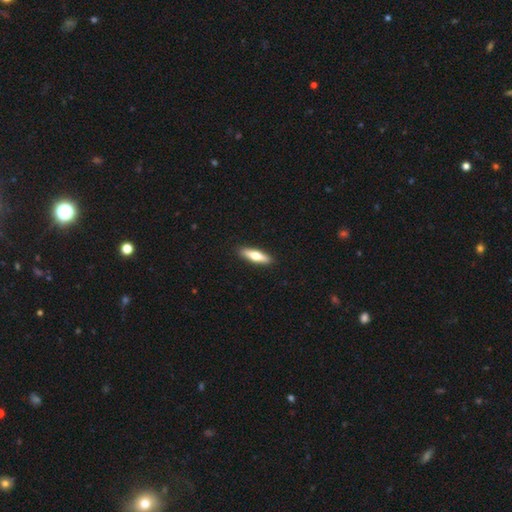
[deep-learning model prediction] smooth 63%, featured or disk 32%, star or artifact 5%. Down the decision tree: how rounded — cigar-shaped (63%); merging — none (91%).